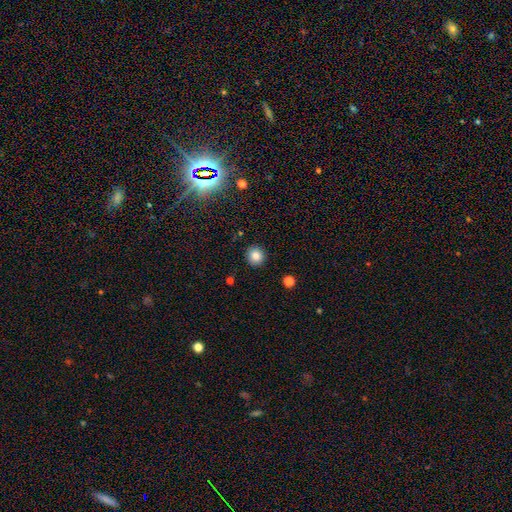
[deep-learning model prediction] A smooth galaxy with no disk features (84%) that is round (91%). Merging: none (91%).